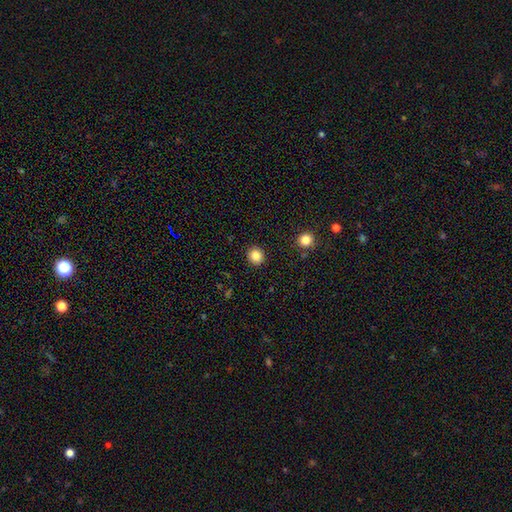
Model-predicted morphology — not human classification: Smooth or featured? Predicted: smooth (p=0.84). How rounded? Predicted: round (p=0.85). Merging? Predicted: none (p=0.91).